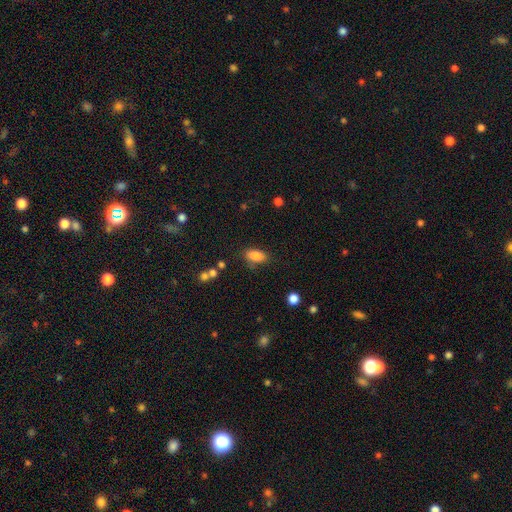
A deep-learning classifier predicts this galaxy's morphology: Smooth or featured? smooth (86%)
How rounded? in between (89%)
Merging? none (77%)